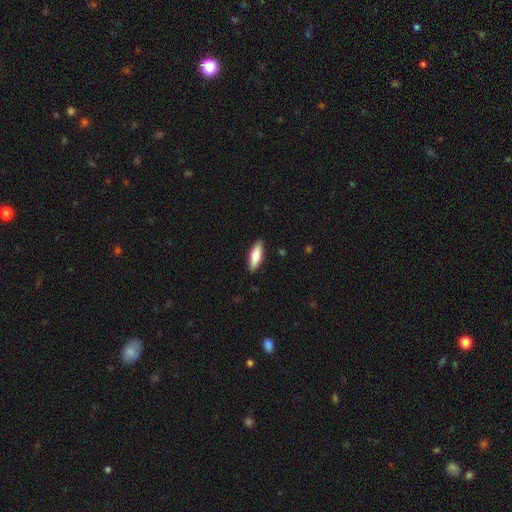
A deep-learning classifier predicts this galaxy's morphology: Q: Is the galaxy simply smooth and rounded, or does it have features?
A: smooth — 75%.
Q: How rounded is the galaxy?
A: in between — 53%.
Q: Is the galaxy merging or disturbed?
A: none — 89%.